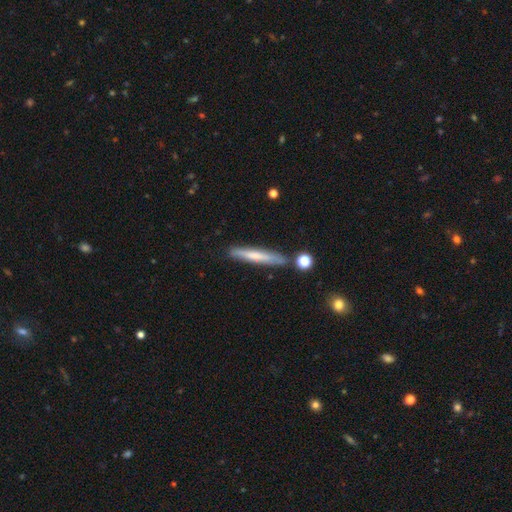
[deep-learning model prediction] A smooth galaxy with no disk features (60%) that is cigar-shaped (94%).

Vote fractions:
- Smooth or featured? smooth: 60% / featured or disk: 34% / star or artifact: 6%
- How rounded? cigar-shaped: 94% / in between: 4% / round: 1%
- Merging? none: 80% / minor disturbance: 12% / merger: 5% / major disturbance: 3%